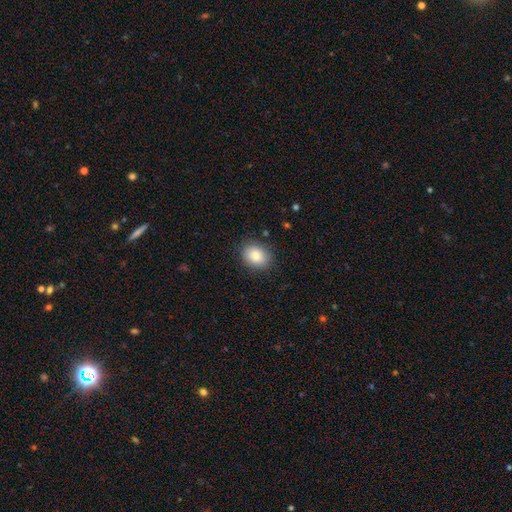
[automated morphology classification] type=smooth (86%); roundness=in between (57%); merging=none (85%).